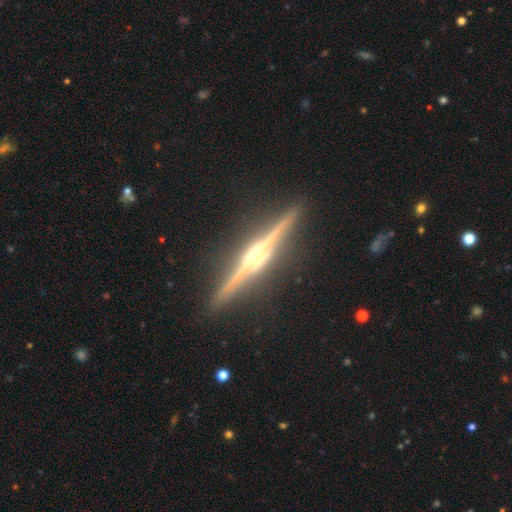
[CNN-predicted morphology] Smooth or featured?
  - featured or disk: 90% *
  - smooth: 5%
  - star or artifact: 5%
Edge-on disk?
  - yes: 99% *
  - no: 1%
Edge-on bulge?
  - rounded: 93% *
  - boxy: 4%
  - none: 3%
Merging?
  - none: 92% *
  - minor disturbance: 5%
  - major disturbance: 1%
  - merger: 1%